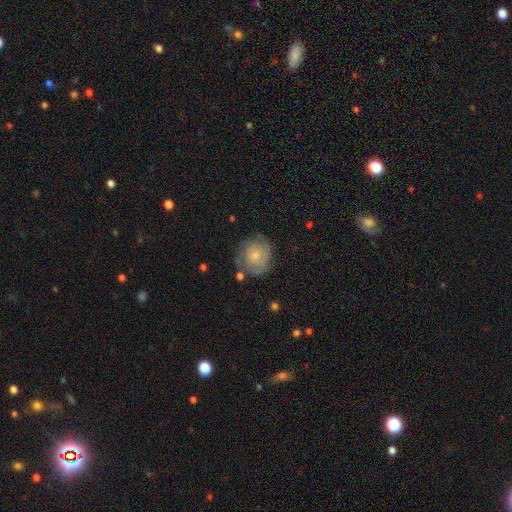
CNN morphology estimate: smooth-or-featured: featured or disk: 56% | smooth: 36% | star or artifact: 7%
  disk-edge-on: no: 98% | yes: 2%
    bar: no: 81% | weak: 17% | strong: 2%
    has-spiral-arms: yes: 82% | no: 18%
    bulge-size: small: 62% | moderate: 30% | none: 4% | large: 2% | dominant: 1%
  merging: none: 67% | minor disturbance: 21% | major disturbance: 9% | merger: 3%